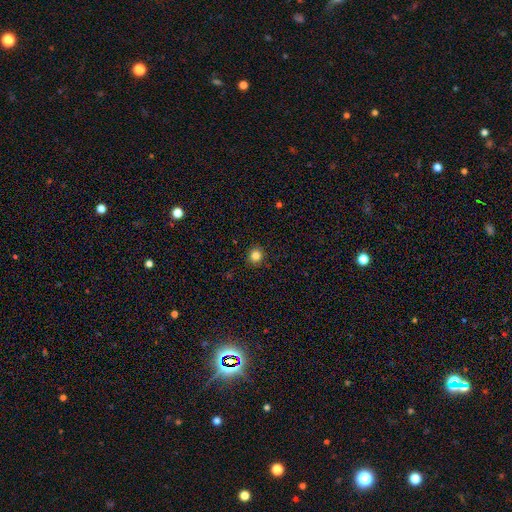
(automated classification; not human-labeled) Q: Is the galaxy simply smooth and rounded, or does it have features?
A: smooth — 83%.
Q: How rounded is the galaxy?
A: round — 86%.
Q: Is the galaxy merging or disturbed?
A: none — 91%.